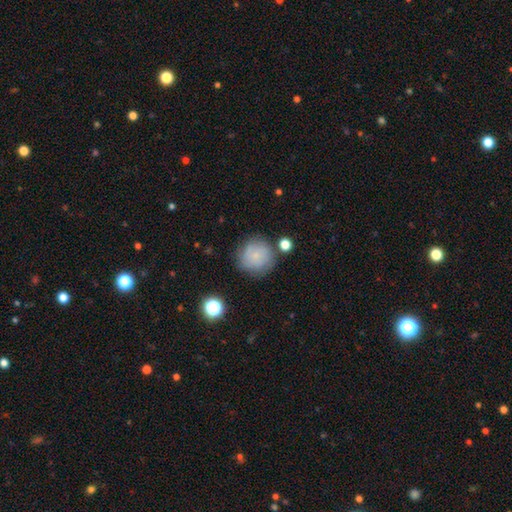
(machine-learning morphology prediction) The model was most divided on "smooth or featured": smooth: 73%, featured or disk: 18%, star or artifact: 10%. More confident: how rounded — round (93%); merging — none (72%).